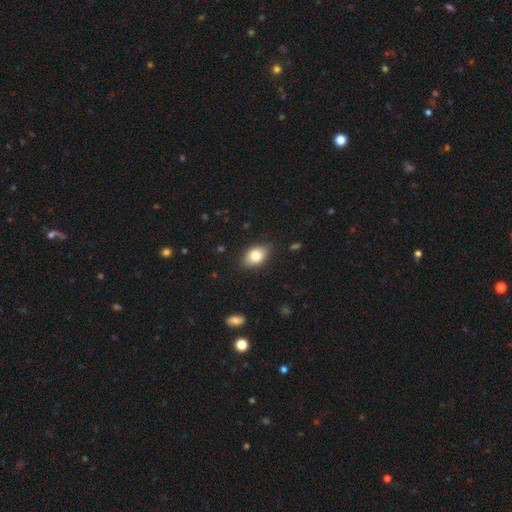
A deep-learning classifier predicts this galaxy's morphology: type=smooth (80%); roundness=in between (84%); merging=none (83%).